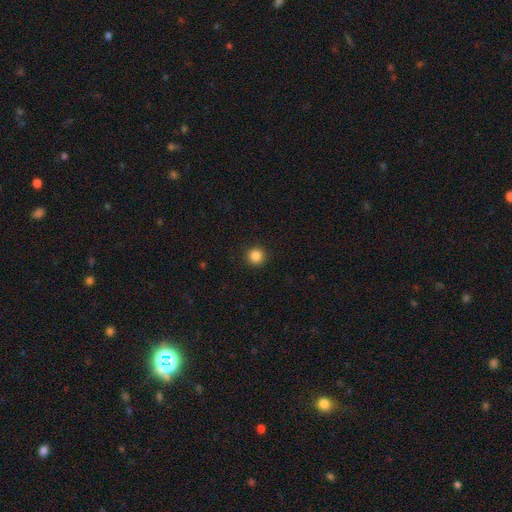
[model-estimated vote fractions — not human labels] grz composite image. It shows a smooth galaxy with no disk features (85%) that is round (95%). Merging: none (92%).